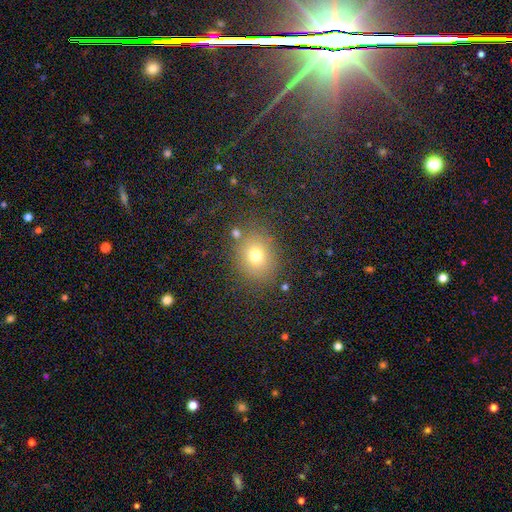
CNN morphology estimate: This appears to be a smooth galaxy with no disk features (73%) that is round (61%). Merging: none (79%).